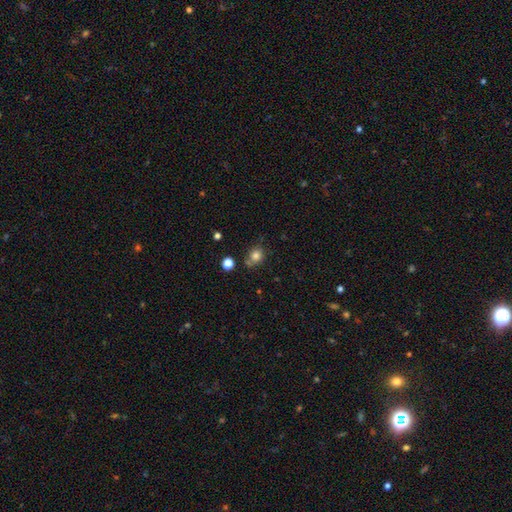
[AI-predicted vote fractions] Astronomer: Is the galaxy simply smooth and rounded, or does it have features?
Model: smooth — 81%.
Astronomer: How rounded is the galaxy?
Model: round — 76%.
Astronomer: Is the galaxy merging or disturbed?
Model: none — 67%.